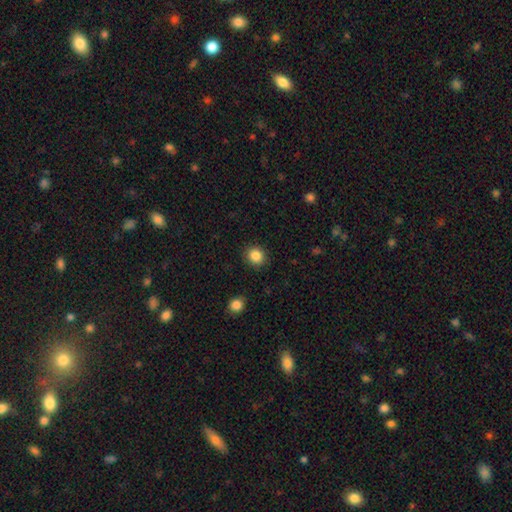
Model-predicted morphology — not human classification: This is clearly a smooth galaxy (87%). How rounded: clearly round (84%). Merging: clearly none (90%).